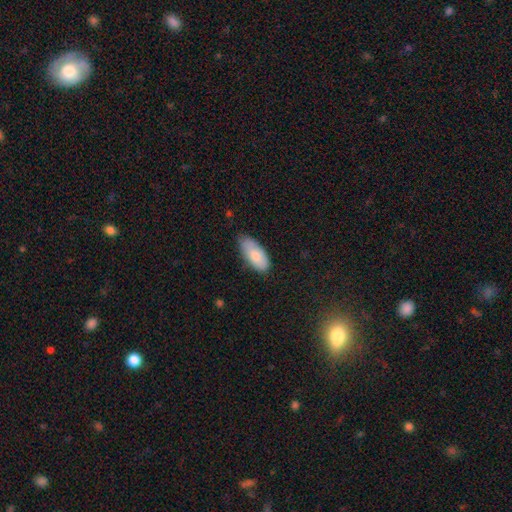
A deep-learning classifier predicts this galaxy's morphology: This appears to be a smooth galaxy with no disk features (78%) that is in between round and cigar-shaped (90%). Merging: none (65%).